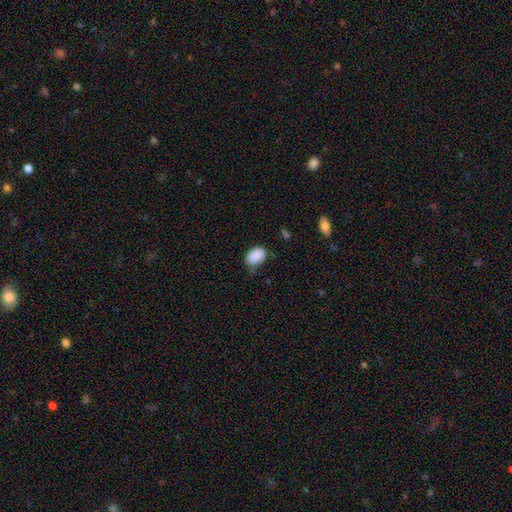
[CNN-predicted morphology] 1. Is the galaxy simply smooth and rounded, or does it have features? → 89% smooth, 7% star or artifact, 3% featured or disk.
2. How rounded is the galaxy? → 84% in between, 15% round, 1% cigar-shaped.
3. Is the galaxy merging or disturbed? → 68% none, 24% minor disturbance, 5% major disturbance, 2% merger.